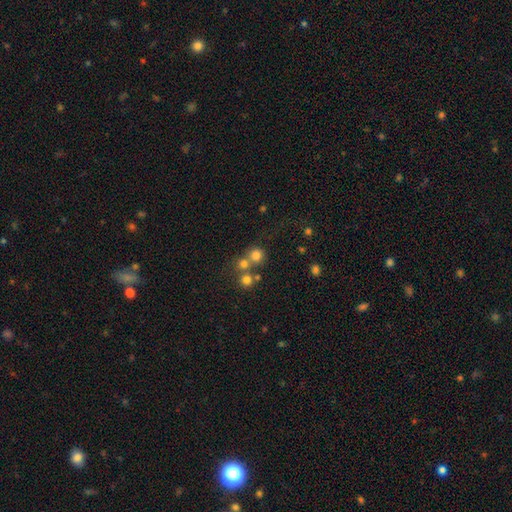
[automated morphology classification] Overall: smooth (74%). How rounded: round (91%). Merging: none (58%; merger 31%).